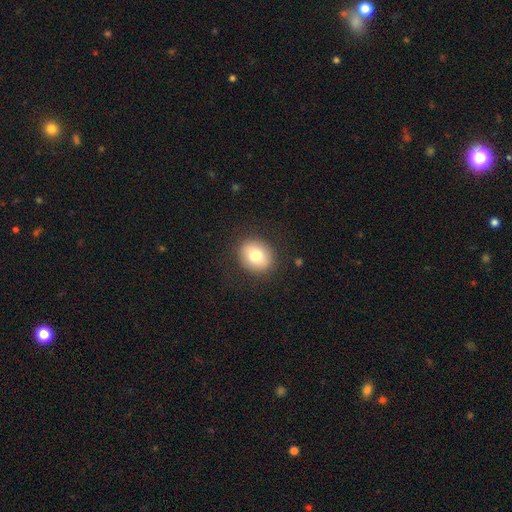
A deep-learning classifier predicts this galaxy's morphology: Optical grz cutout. It shows a smooth galaxy with no disk features (77%) that is round (68%). Merging: none (88%).